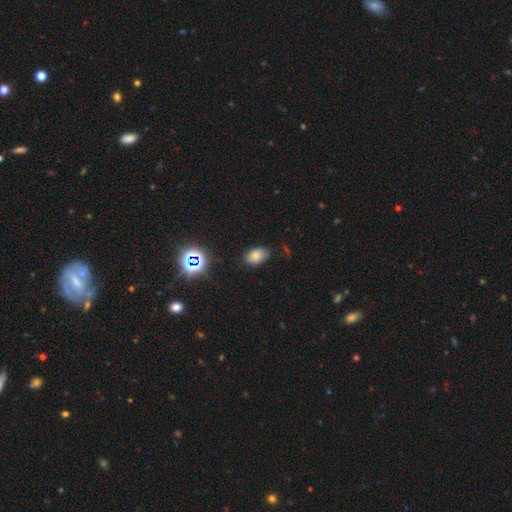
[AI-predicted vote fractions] Overall: smooth (74%). How rounded: in between (87%). Merging: none (79%).